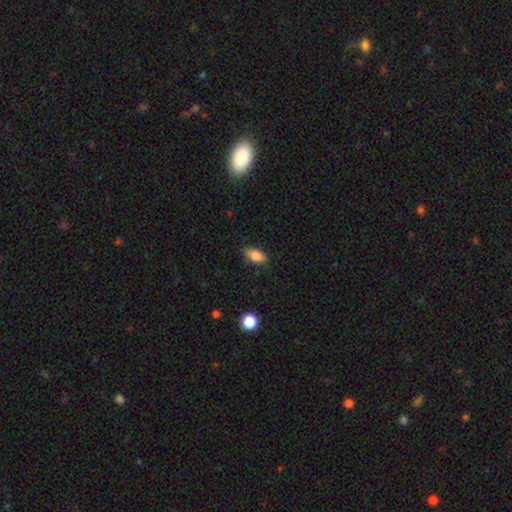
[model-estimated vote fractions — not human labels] Smooth or featured? smooth (84%)
How rounded? in between (89%)
Merging? none (83%)